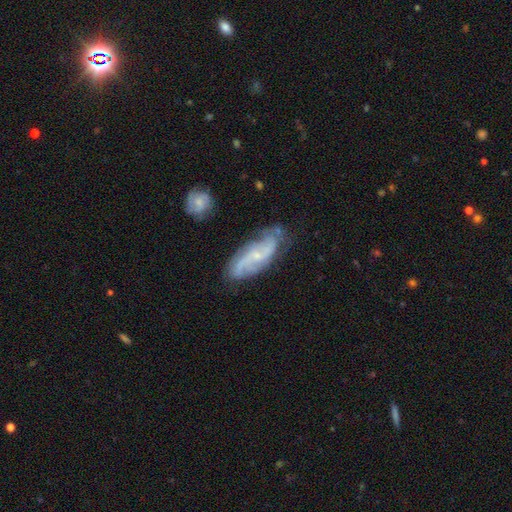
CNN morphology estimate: A featured or disk galaxy (78%) with no bar (52%), 2 (58%) medium (44%) spiral arms (94%) and a small central bulge (73%).

Vote fractions:
- Smooth or featured? featured or disk: 78% / smooth: 15% / star or artifact: 7%
- Edge-on disk? no: 92% / yes: 8%
- Bar? no: 52% / weak: 39% / strong: 9%
- Spiral arms? yes: 94% / no: 6%
- Spiral winding? medium: 44% / loose: 30% / tight: 26%
- Spiral arm count? 2: 58% / can't tell: 19% / 3: 13% / 4: 4% / 1: 3% / more than 4: 3%
- Bulge size? small: 73% / moderate: 19% / none: 7% / large: 1% / dominant: 1%
- Merging? none: 70% / minor disturbance: 21% / major disturbance: 6% / merger: 3%